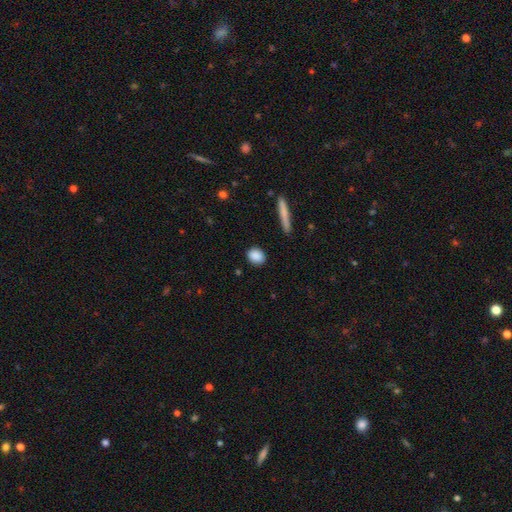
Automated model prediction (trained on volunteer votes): smooth_or_featured: smooth (p=0.88) [alt: star or artifact p=0.07]
how_rounded: round (p=0.51) [alt: in between p=0.45]
merging: none (p=0.89) [alt: minor disturbance p=0.08]